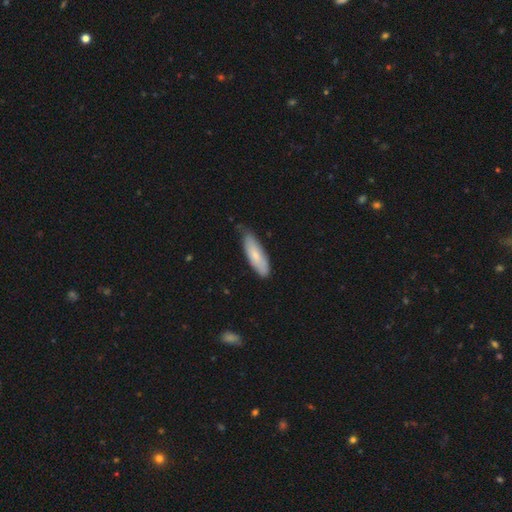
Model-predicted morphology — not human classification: Smooth or featured: smooth — 73% (featured or disk — 22%)
How rounded: in between — 50% (cigar-shaped — 48%)
Merging: none — 65% (minor disturbance — 30%)